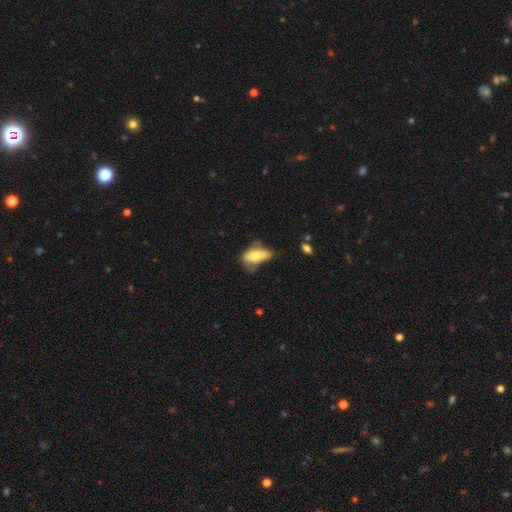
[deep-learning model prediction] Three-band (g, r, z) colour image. It shows a smooth galaxy with no disk features (68%) that is in between round and cigar-shaped (83%). Merging: minor disturbance (37%).